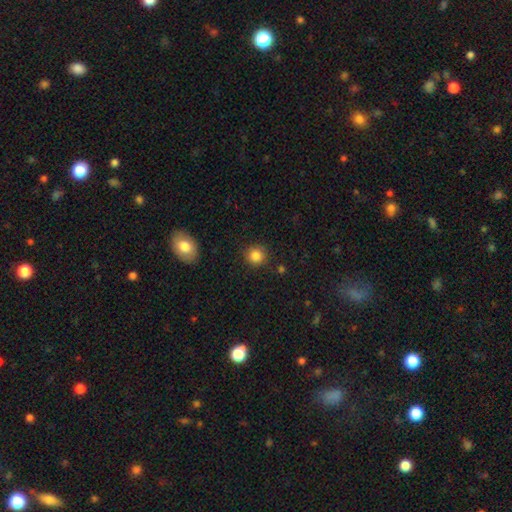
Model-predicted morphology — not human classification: smooth-or-featured: smooth: 85% | star or artifact: 11% | featured or disk: 4%
  how-rounded: round: 91% | in between: 8% | cigar-shaped: 1%
  merging: none: 88% | minor disturbance: 8% | major disturbance: 2% | merger: 2%